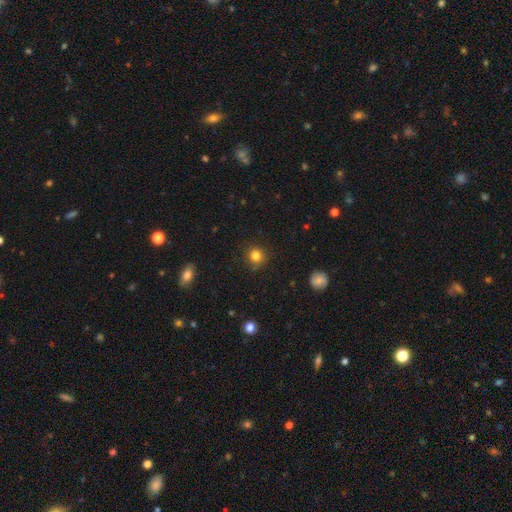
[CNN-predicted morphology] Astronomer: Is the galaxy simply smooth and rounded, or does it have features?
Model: smooth — 82%.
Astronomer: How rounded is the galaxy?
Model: round — 92%.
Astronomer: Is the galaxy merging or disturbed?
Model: none — 87%.